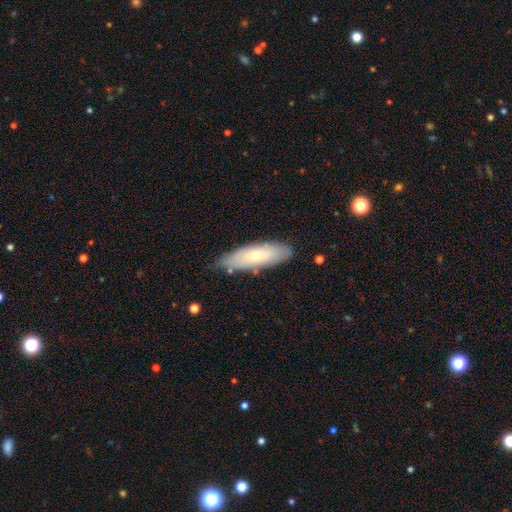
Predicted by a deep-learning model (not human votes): smooth 58%, featured or disk 35%, star or artifact 7%. Down the decision tree: how rounded — in between (53%); merging — none (76%).